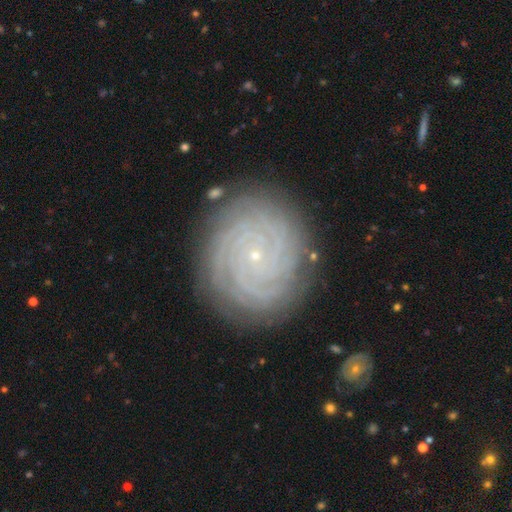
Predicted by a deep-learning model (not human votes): This appears to be a featured or disk galaxy (87%) with no bar (82%), 4 (27%) tight (89%) spiral arms (98%) and a small central bulge (90%). Merging: none (86%).